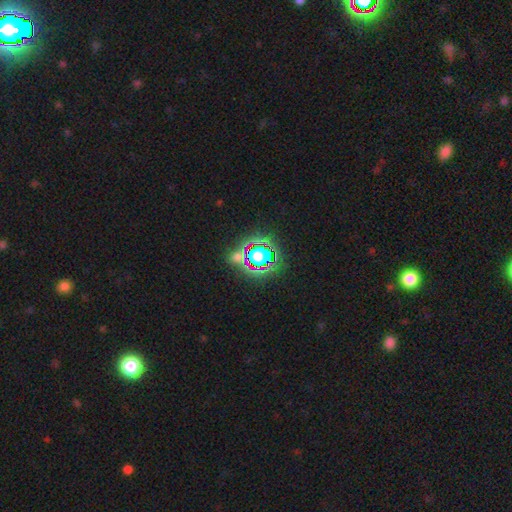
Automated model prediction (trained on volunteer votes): Smooth or featured? star or artifact (59%)